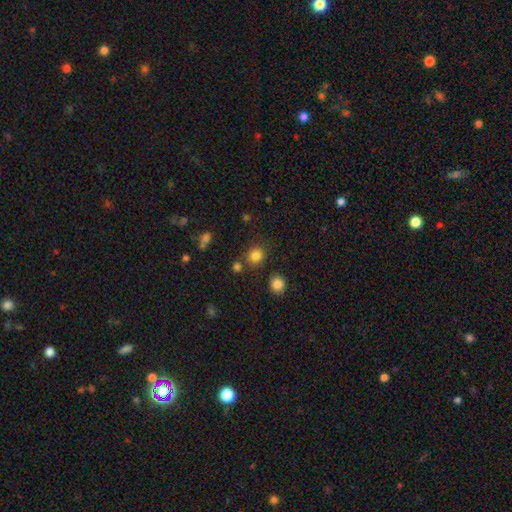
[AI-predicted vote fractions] Q: Smooth or featured?
A: smooth (82%); runner-up: star or artifact (13%)
Q: How rounded?
A: round (85%); runner-up: in between (14%)
Q: Merging?
A: none (80%); runner-up: minor disturbance (9%)